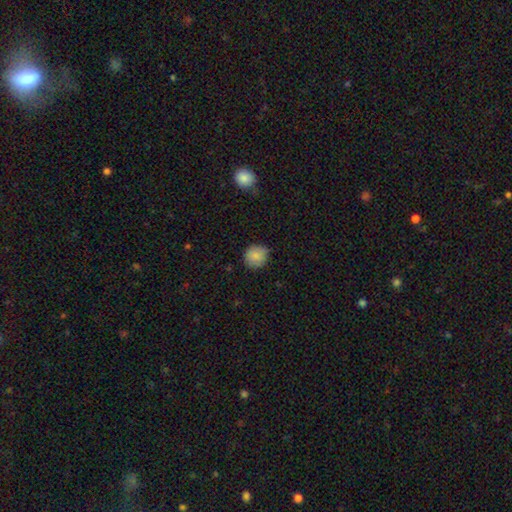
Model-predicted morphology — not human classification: Q: Smooth or featured?
A: smooth (85%); runner-up: star or artifact (9%)
Q: How rounded?
A: round (89%); runner-up: in between (10%)
Q: Merging?
A: none (80%); runner-up: minor disturbance (16%)